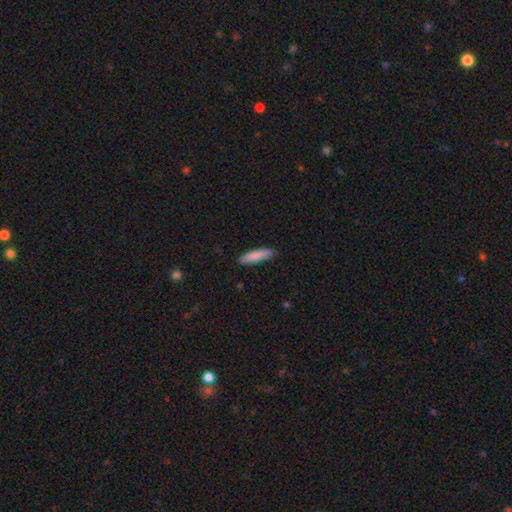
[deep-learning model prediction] Smooth or featured?
  - smooth: 85% *
  - featured or disk: 9%
  - star or artifact: 6%
How rounded?
  - cigar-shaped: 72% *
  - in between: 27%
  - round: 1%
Merging?
  - none: 86% *
  - minor disturbance: 11%
  - major disturbance: 2%
  - merger: 1%